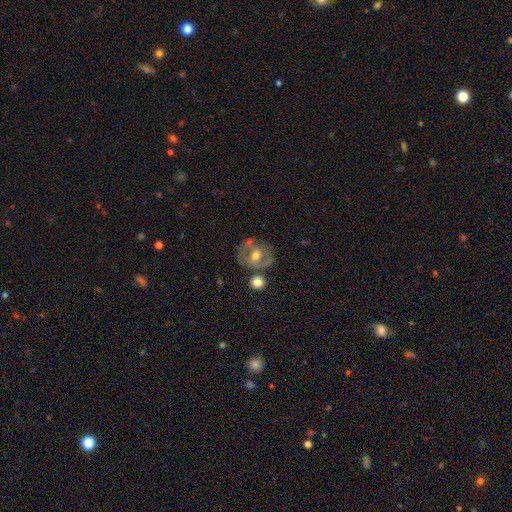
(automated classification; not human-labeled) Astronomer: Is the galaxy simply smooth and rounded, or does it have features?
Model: featured or disk — 52% (runner-up: smooth, 39%).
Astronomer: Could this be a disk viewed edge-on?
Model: no — 95%.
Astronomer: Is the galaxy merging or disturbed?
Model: none — 59%.